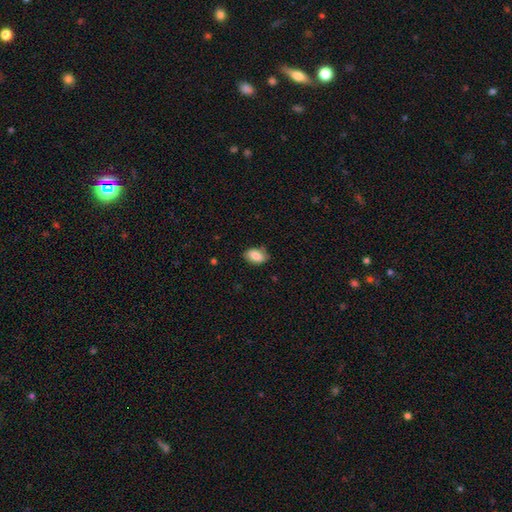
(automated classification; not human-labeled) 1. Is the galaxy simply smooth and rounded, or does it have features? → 84% smooth, 9% featured or disk, 7% star or artifact.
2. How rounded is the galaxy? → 89% in between, 9% round, 2% cigar-shaped.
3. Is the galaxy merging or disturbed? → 78% none, 18% minor disturbance, 3% major disturbance, 1% merger.